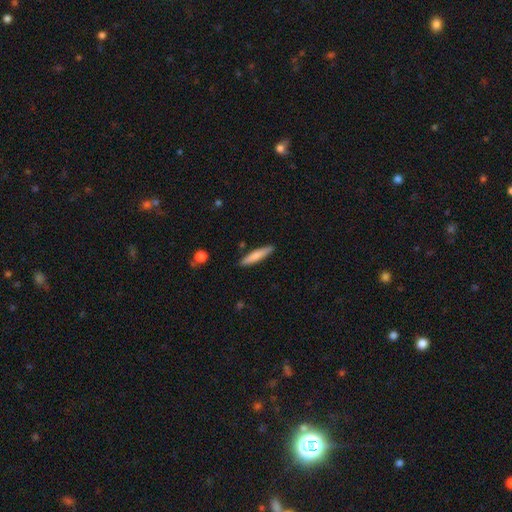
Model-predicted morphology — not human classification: This is likely a smooth galaxy (75%). How rounded: clearly cigar-shaped (89%). Merging: clearly none (89%).